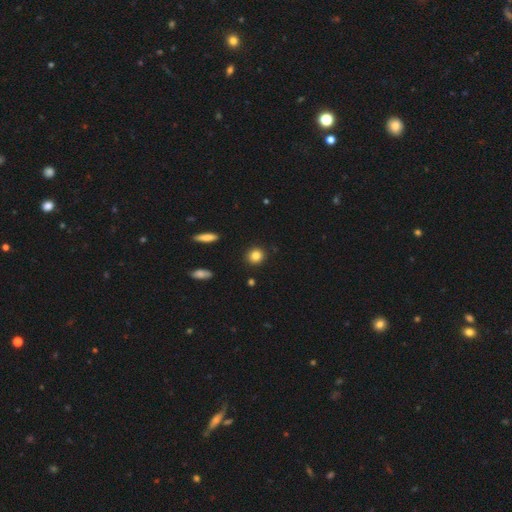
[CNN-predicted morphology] Smooth or featured? Predicted: smooth (p=0.84). How rounded? Predicted: round (p=0.86). Merging? Predicted: none (p=0.91).